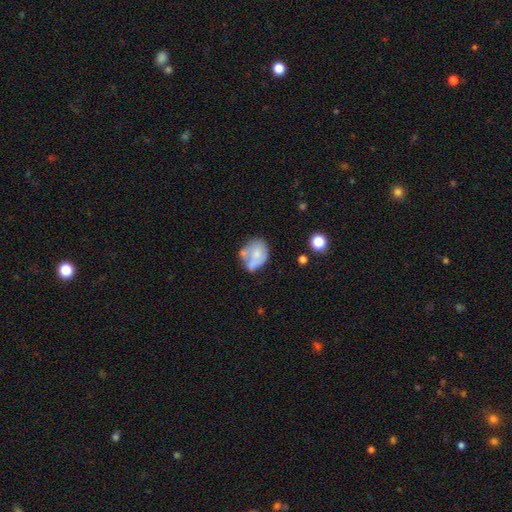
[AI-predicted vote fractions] Morphology: type=smooth (61%); roundness=in between (56%); merging=none (32%).